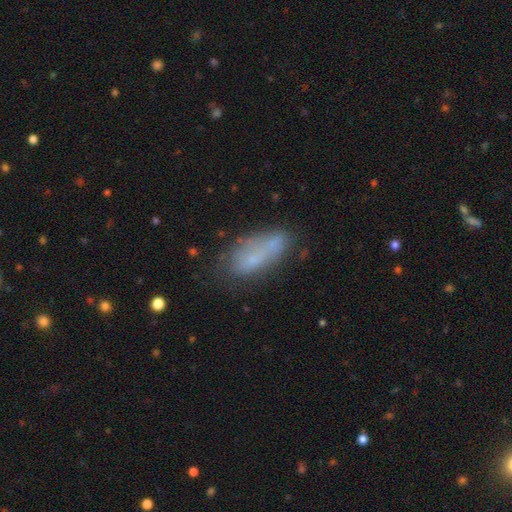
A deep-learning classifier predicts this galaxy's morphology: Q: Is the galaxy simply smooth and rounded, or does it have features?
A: smooth — 60%.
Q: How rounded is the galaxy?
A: in between — 75%.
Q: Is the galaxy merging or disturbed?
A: none — 46%.